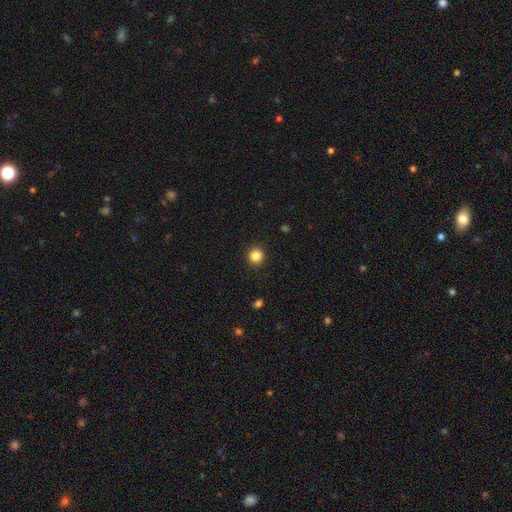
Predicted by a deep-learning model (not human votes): smooth-or-featured: smooth: 86% | star or artifact: 11% | featured or disk: 3%
  how-rounded: round: 94% | in between: 6% | cigar-shaped: 1%
  merging: none: 91% | minor disturbance: 6% | major disturbance: 2% | merger: 1%